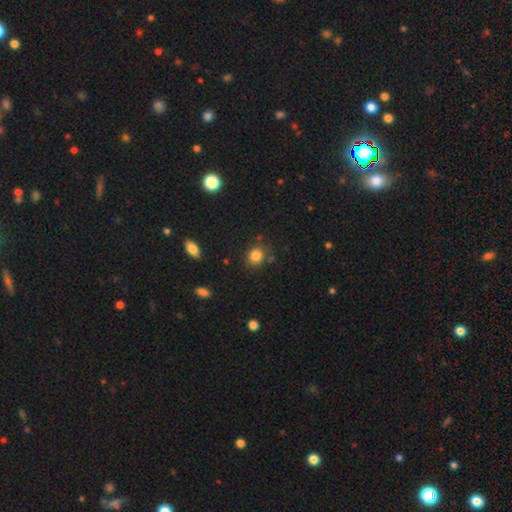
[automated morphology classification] type=smooth (83%); roundness=round (78%); merging=none (79%).